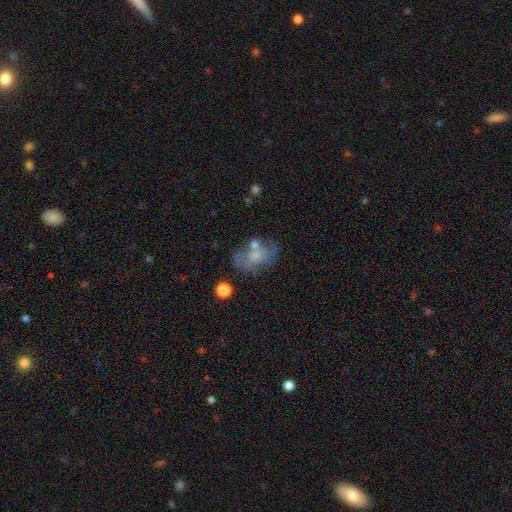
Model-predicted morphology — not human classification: Overall: smooth (51%; featured or disk 38%). How rounded: in between (83%). Merging: none (45%; minor disturbance 23%).